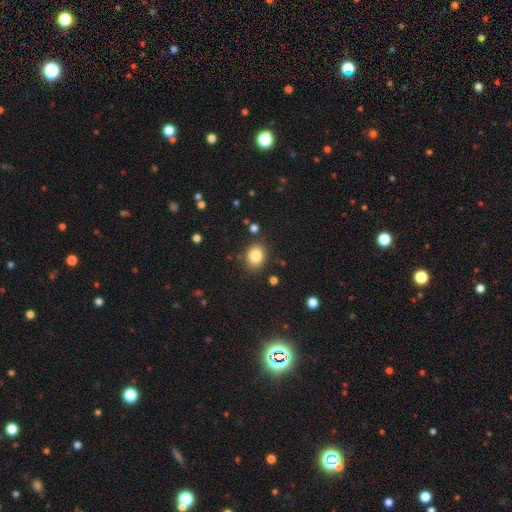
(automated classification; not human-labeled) Smooth or featured: smooth — 83% (star or artifact — 10%)
How rounded: in between — 56% (round — 43%)
Merging: none — 84% (minor disturbance — 10%)